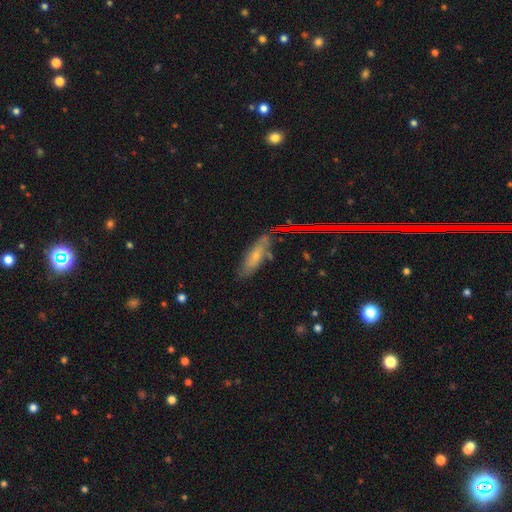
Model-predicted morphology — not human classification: The model was most divided on "how rounded": in between: 54%, cigar-shaped: 43%, round: 3%. More confident: merging — none (70%); smooth or featured — smooth (54%).